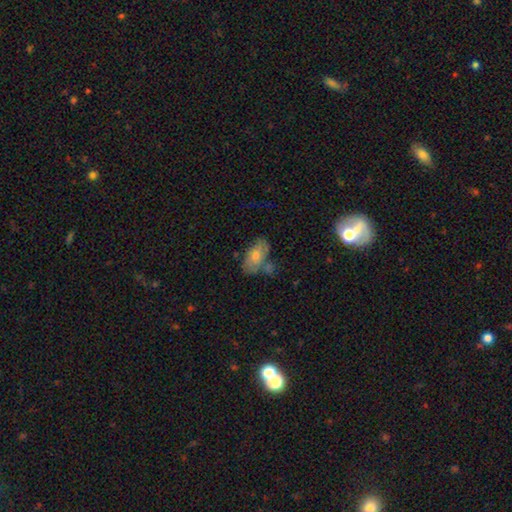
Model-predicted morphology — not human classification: Q: Smooth or featured?
A: smooth (58%); runner-up: featured or disk (32%)
Q: How rounded?
A: in between (90%); runner-up: round (7%)
Q: Merging?
A: none (54%); runner-up: minor disturbance (22%)